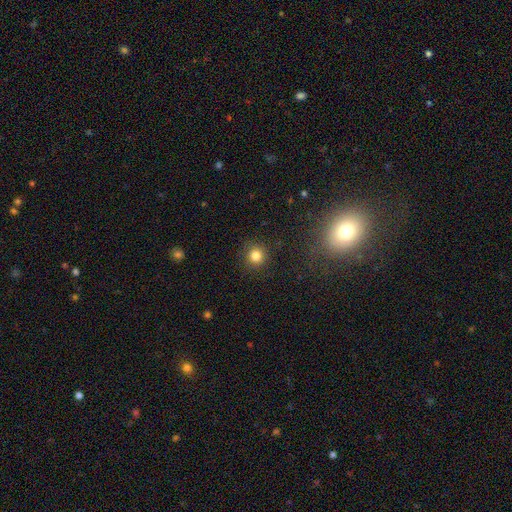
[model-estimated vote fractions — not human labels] A smooth galaxy with no disk features (82%) that is round (94%).

Vote fractions:
- Smooth or featured? smooth: 82% / star or artifact: 13% / featured or disk: 5%
- How rounded? round: 94% / in between: 5% / cigar-shaped: 1%
- Merging? none: 91% / minor disturbance: 6% / major disturbance: 2% / merger: 1%